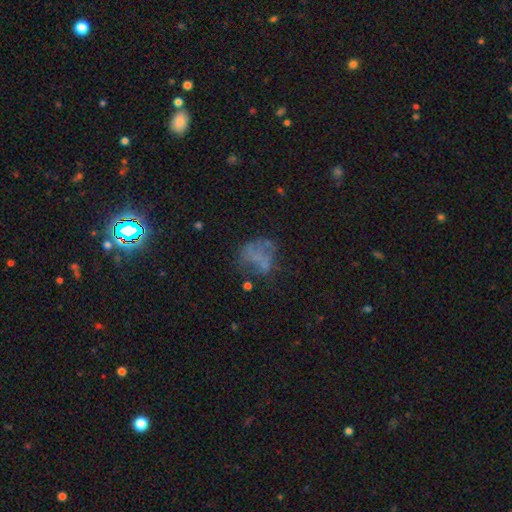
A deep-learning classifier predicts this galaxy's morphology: smooth_or_featured: featured or disk (p=0.43) [alt: smooth p=0.36]
merging: none (p=0.43) [alt: major disturbance p=0.28]